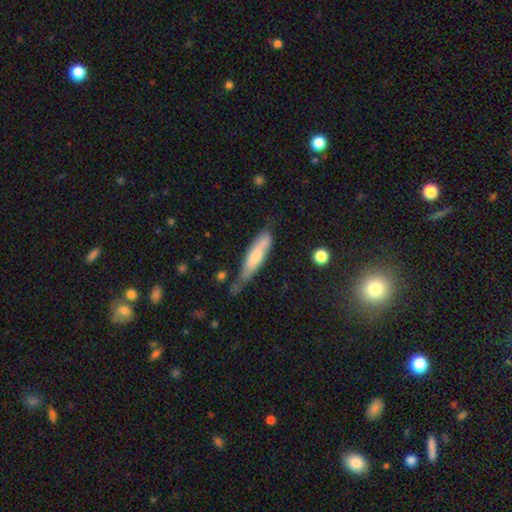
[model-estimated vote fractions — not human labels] Smooth or featured? smooth (54%)
How rounded? cigar-shaped (72%)
Merging? none (48%)